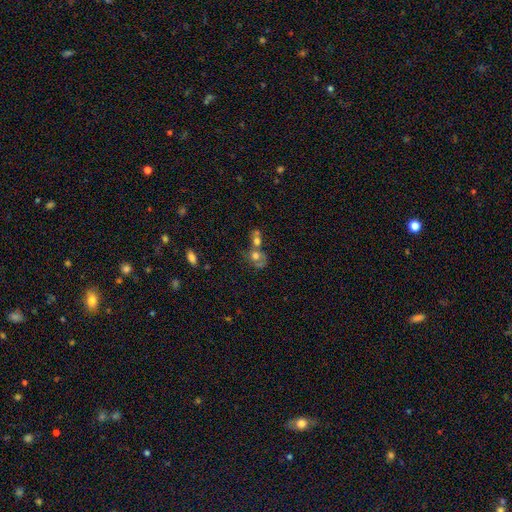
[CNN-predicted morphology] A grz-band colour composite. It shows a smooth galaxy with no disk features (61%) that is round (63%). Merging: merger (59%).